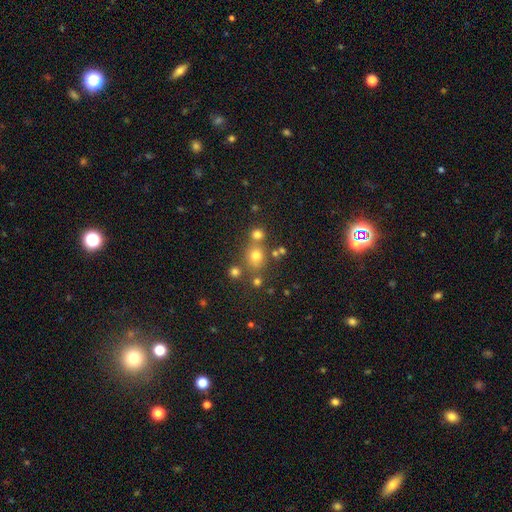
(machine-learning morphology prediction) Smooth or featured: smooth — 66% (star or artifact — 23%)
How rounded: round — 78% (in between — 21%)
Merging: none — 64% (merger — 22%)